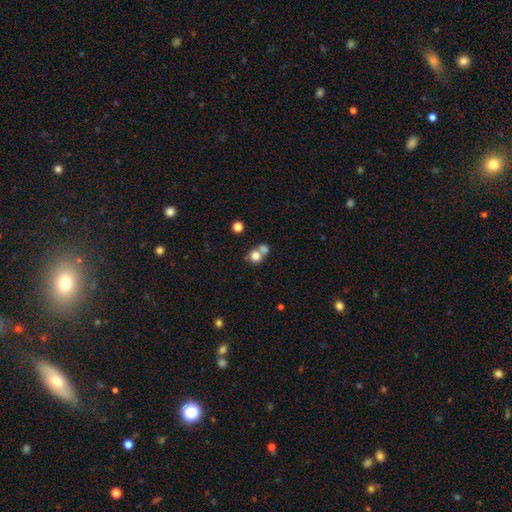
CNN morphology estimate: A smooth galaxy with no disk features (75%) that is round (78%). Merging: merger (51%).